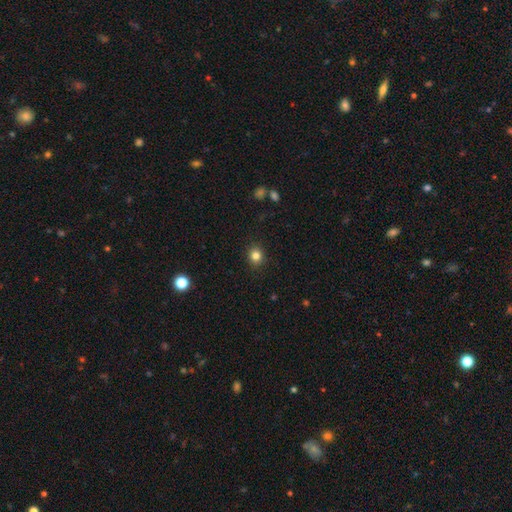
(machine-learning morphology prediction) smooth-or-featured: smooth: 82% | star or artifact: 12% | featured or disk: 5%
  how-rounded: round: 79% | in between: 20% | cigar-shaped: 1%
  merging: none: 90% | minor disturbance: 7% | major disturbance: 2% | merger: 1%